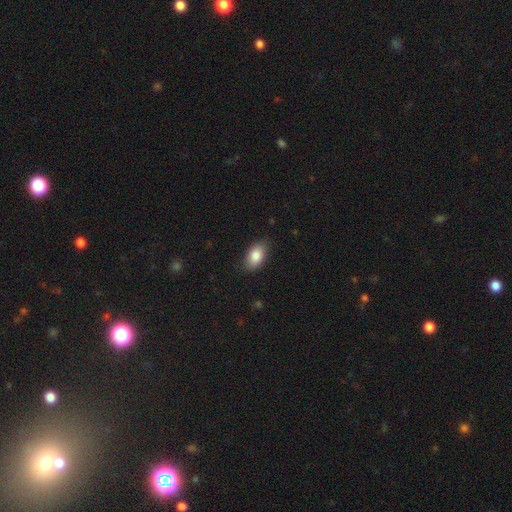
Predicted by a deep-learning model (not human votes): Smooth or featured?
  - smooth: 86% *
  - featured or disk: 7%
  - star or artifact: 7%
How rounded?
  - in between: 91% *
  - round: 7%
  - cigar-shaped: 2%
Merging?
  - none: 84% *
  - minor disturbance: 13%
  - major disturbance: 3%
  - merger: 1%